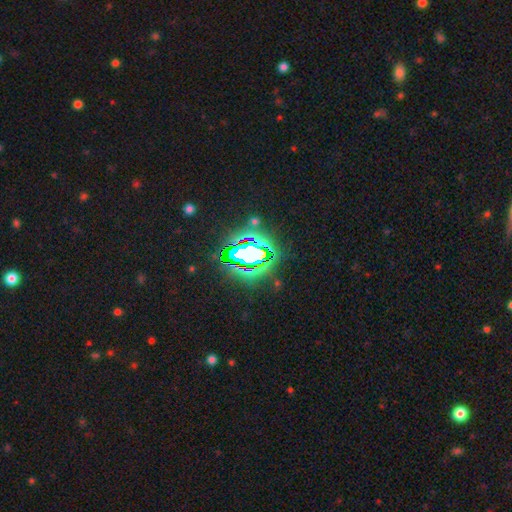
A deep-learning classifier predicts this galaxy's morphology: This appears to be a star or artifact, not a galaxy (77%).